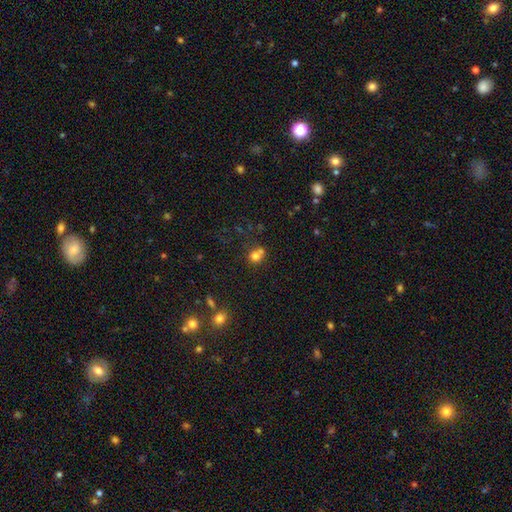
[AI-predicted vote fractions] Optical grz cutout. It shows a smooth galaxy with no disk features (75%) that is round (82%). Merging: none (47%).